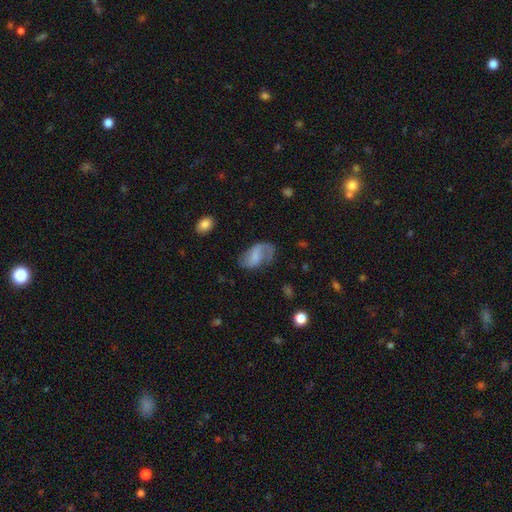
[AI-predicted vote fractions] Smooth or featured? Predicted: featured or disk (p=0.57). Edge-on disk? Predicted: no (p=0.96). Bar? Predicted: weak (p=0.47). Spiral arms? Predicted: yes (p=0.86). Bulge size? Predicted: none (p=0.42). Merging? Predicted: none (p=0.53).